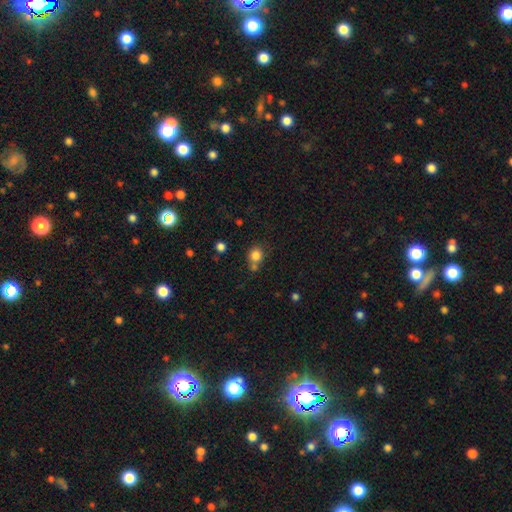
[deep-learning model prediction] smooth-or-featured: smooth: 82% | star or artifact: 12% | featured or disk: 6%
  how-rounded: round: 83% | in between: 16% | cigar-shaped: 1%
  merging: none: 59% | merger: 25% | minor disturbance: 12% | major disturbance: 4%